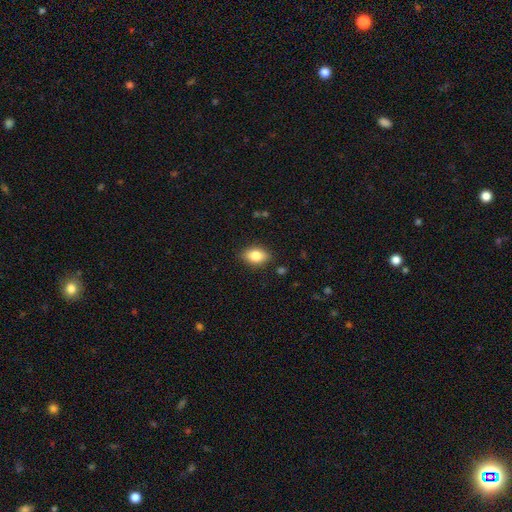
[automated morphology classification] Overall: smooth (84%). How rounded: in between (86%). Merging: none (86%).